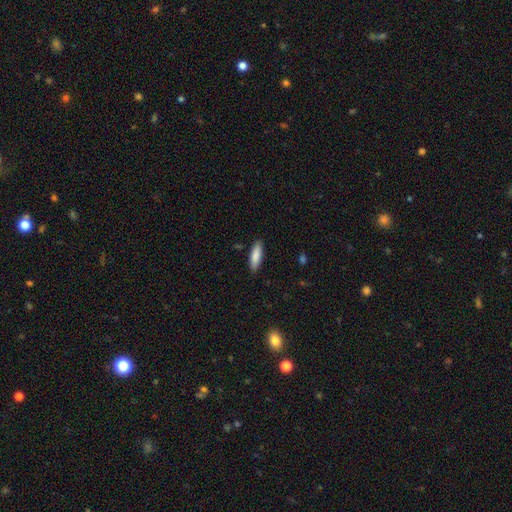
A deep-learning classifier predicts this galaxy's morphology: The model was most divided on "how rounded": in between: 50%, cigar-shaped: 49%, round: 1%. More confident: merging — none (87%); smooth or featured — smooth (86%).